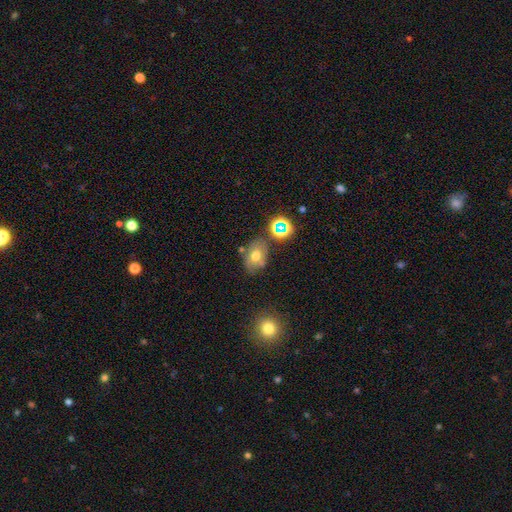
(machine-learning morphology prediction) smooth_or_featured: smooth (p=0.58) [alt: featured or disk p=0.25]
how_rounded: in between (p=0.74) [alt: round p=0.24]
merging: none (p=0.62) [alt: minor disturbance p=0.20]